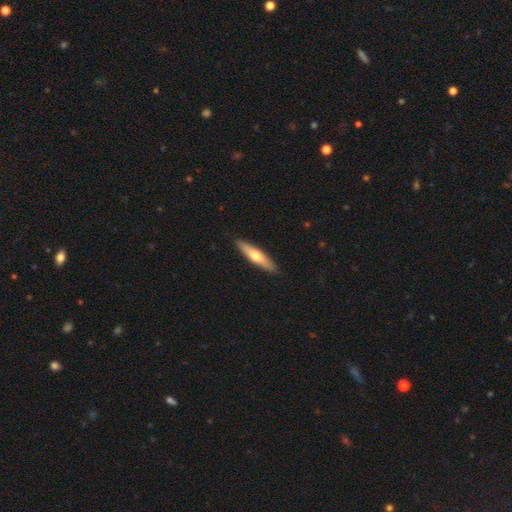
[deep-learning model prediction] smooth_or_featured: smooth (p=0.52) [alt: featured or disk p=0.44]
how_rounded: cigar-shaped (p=0.81) [alt: in between p=0.17]
merging: none (p=0.91) [alt: minor disturbance p=0.07]